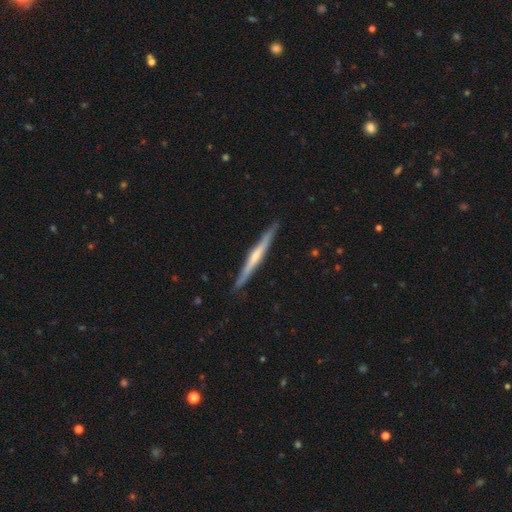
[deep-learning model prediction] This appears to be a featured or disk galaxy (66%) viewed edge-on (98%) with a rounded central bulge (54%). Merging: none (90%).